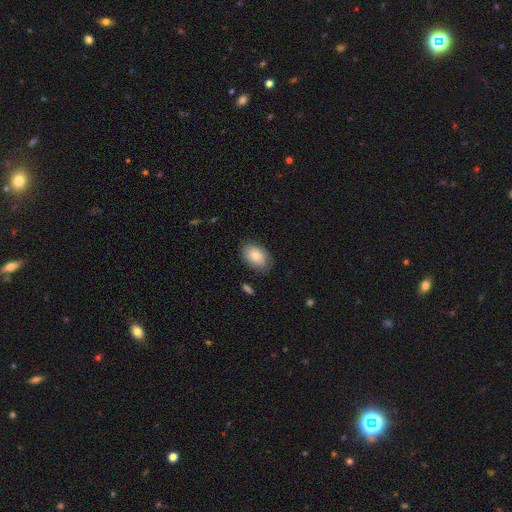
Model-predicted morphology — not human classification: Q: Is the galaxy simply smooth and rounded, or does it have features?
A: smooth — 81%.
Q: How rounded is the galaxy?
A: in between — 88%.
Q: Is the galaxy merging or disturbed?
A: none — 80%.